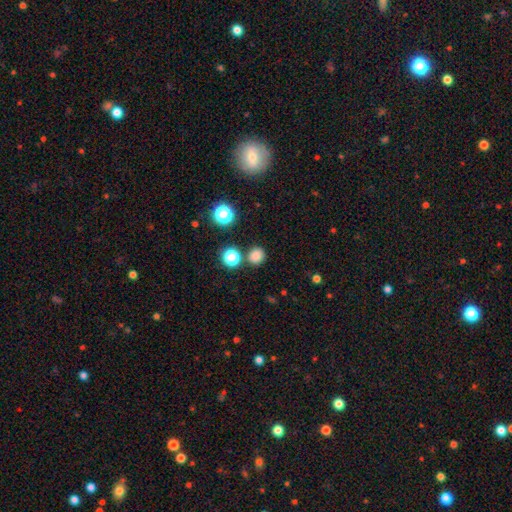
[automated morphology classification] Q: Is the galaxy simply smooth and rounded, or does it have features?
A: smooth — 80%.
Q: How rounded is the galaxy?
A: round — 88%.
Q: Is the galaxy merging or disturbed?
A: none — 82%.